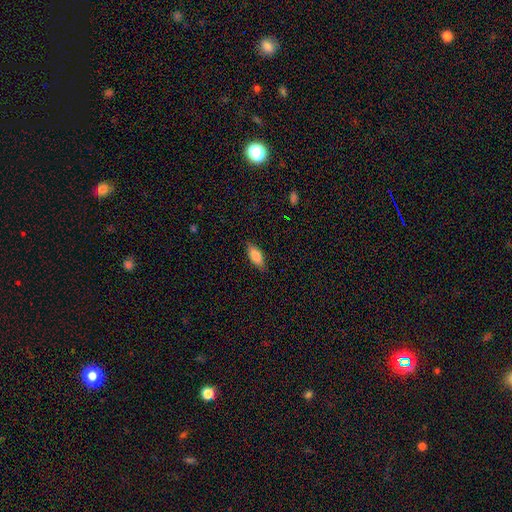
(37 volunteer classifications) Smooth or featured?
  - smooth: 86% *
  - featured or disk: 8%
  - star or artifact: 5%
How rounded?
  - in between: 69% *
  - cigar-shaped: 28%
  - round: 3%
Merging?
  - none: 74% *
  - minor disturbance: 20%
  - merger: 6%
  - major disturbance: 0%